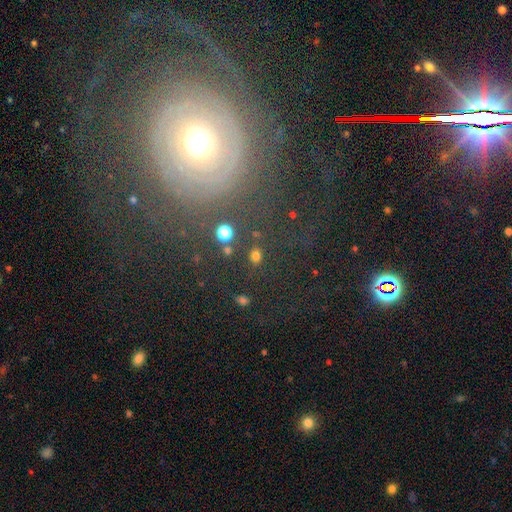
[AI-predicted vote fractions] smooth_or_featured: smooth (p=0.72) [alt: star or artifact p=0.21]
how_rounded: round (p=0.56) [alt: in between p=0.42]
merging: none (p=0.79) [alt: minor disturbance p=0.10]